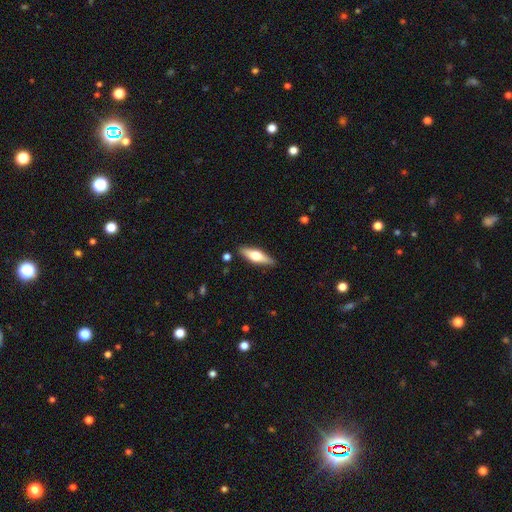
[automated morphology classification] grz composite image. It shows a featured or disk galaxy (49%). Merging: none (87%).